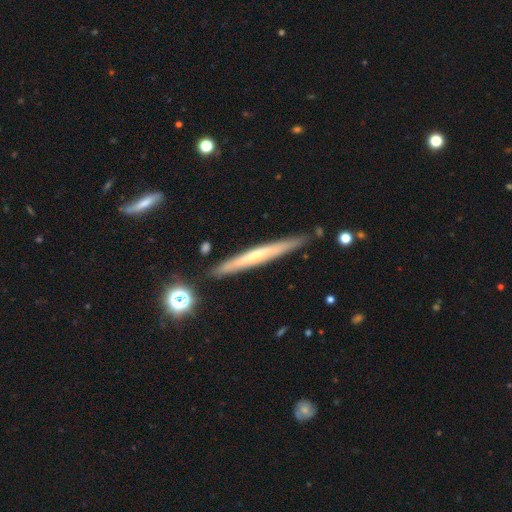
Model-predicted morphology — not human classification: Smooth or featured? Predicted: featured or disk (p=0.59). Edge-on disk? Predicted: yes (p=0.95). Edge-on bulge? Predicted: rounded (p=0.49). Merging? Predicted: none (p=0.88).